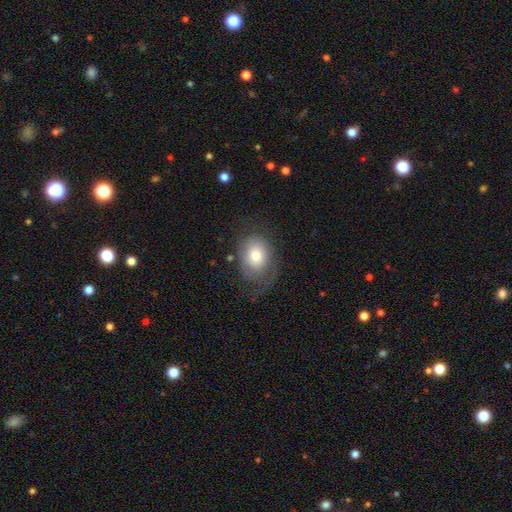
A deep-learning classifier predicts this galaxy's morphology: smooth-or-featured: smooth: 62% | featured or disk: 29% | star or artifact: 8%
  how-rounded: in between: 56% | round: 43% | cigar-shaped: 1%
  merging: none: 53% | minor disturbance: 23% | major disturbance: 22% | merger: 2%